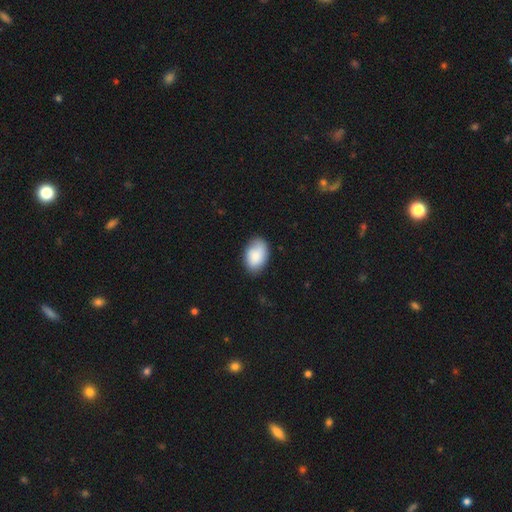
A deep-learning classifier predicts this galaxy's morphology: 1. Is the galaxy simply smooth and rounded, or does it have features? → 84% smooth, 10% featured or disk, 6% star or artifact.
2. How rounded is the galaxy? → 89% in between, 9% round, 1% cigar-shaped.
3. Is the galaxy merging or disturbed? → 79% none, 17% minor disturbance, 3% major disturbance, 1% merger.